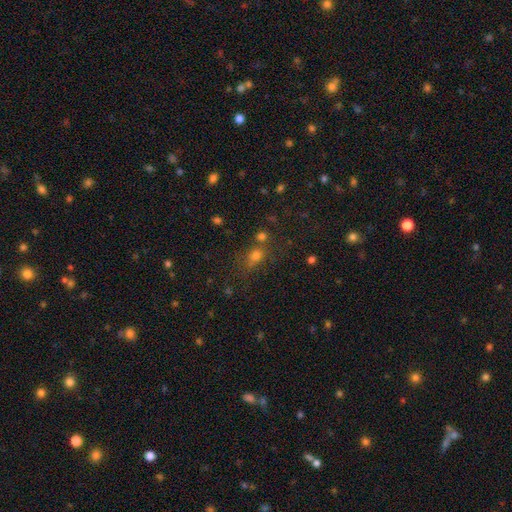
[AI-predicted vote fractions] A smooth galaxy with no disk features (65%) that is round (55%). Merging: none (60%).